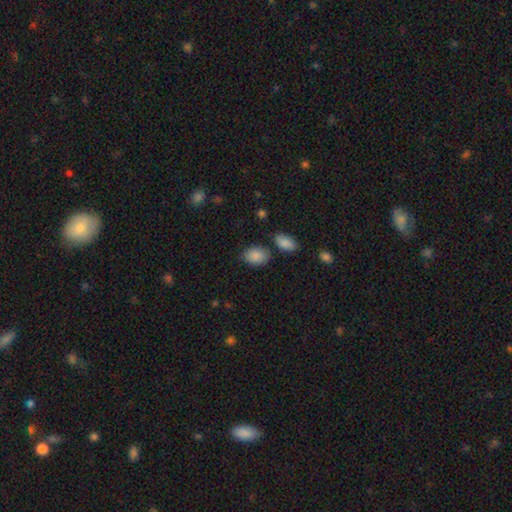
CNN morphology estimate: Q: Smooth or featured?
A: smooth (88%); runner-up: star or artifact (8%)
Q: How rounded?
A: in between (72%); runner-up: round (27%)
Q: Merging?
A: none (73%); runner-up: minor disturbance (16%)